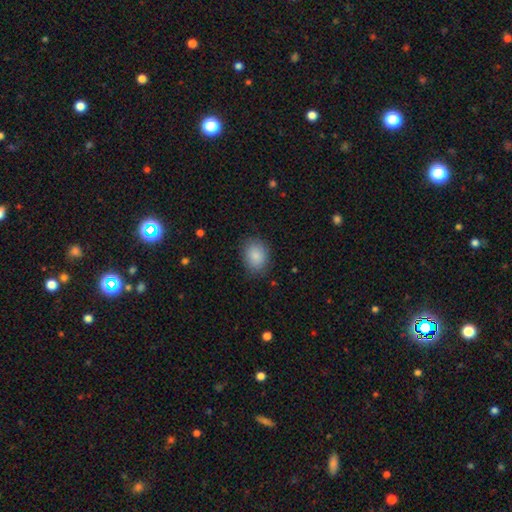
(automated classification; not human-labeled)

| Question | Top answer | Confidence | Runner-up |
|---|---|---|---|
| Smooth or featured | smooth | 86% | star or artifact (8%) |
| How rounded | in between | 55% | round (44%) |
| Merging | none | 84% | minor disturbance (12%) |